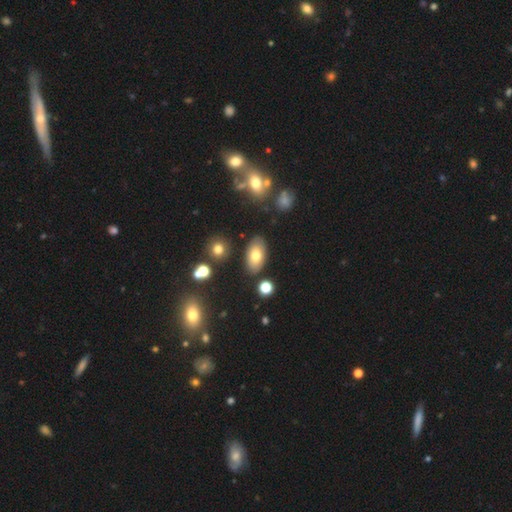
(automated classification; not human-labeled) Smooth or featured? Predicted: smooth (p=0.74). How rounded? Predicted: in between (p=0.93). Merging? Predicted: none (p=0.84).